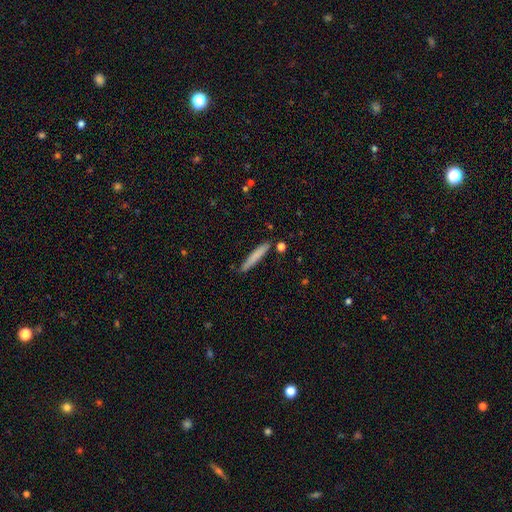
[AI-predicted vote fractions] smooth-or-featured: smooth: 76% | featured or disk: 18% | star or artifact: 7%
  how-rounded: cigar-shaped: 94% | in between: 5% | round: 1%
  merging: none: 82% | minor disturbance: 12% | merger: 3% | major disturbance: 2%